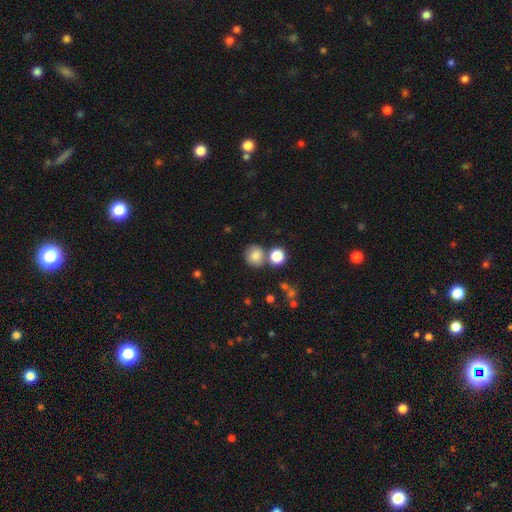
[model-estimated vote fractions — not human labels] The model was most divided on "merging": none: 65%, merger: 20%, minor disturbance: 12%, major disturbance: 4%. More confident: how rounded — round (85%); smooth or featured — smooth (82%).